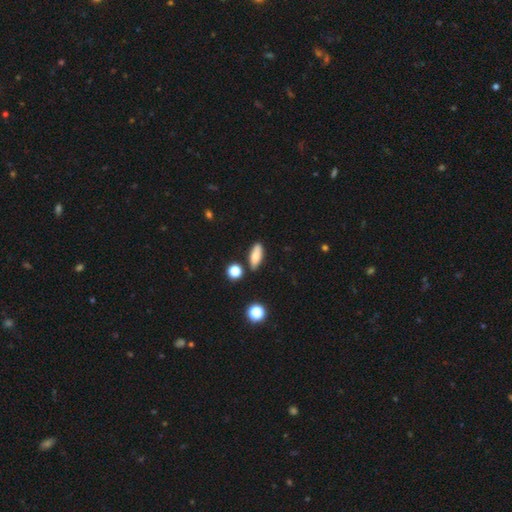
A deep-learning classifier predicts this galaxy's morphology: A smooth galaxy with no disk features (77%) that is in between round and cigar-shaped (69%).

Vote fractions:
- Smooth or featured? smooth: 77% / featured or disk: 14% / star or artifact: 9%
- How rounded? in between: 69% / cigar-shaped: 27% / round: 5%
- Merging? none: 80% / minor disturbance: 13% / merger: 5% / major disturbance: 3%